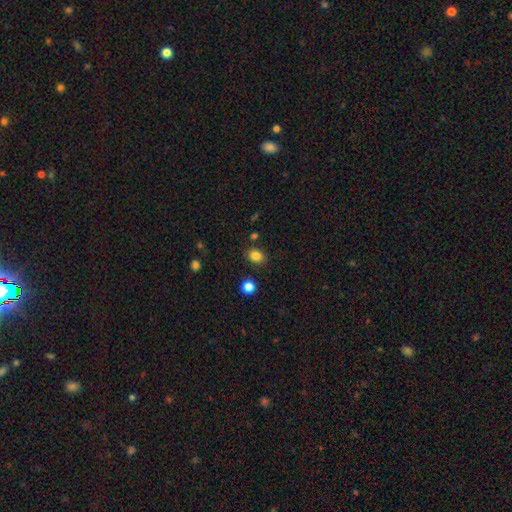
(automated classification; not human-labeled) Morphology: type=smooth (83%); roundness=in between (54%); merging=none (82%).